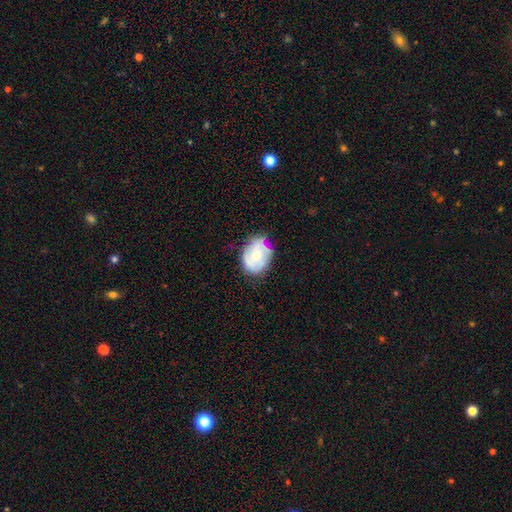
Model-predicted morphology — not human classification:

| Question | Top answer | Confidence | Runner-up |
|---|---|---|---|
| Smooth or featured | featured or disk | 53% | smooth (40%) |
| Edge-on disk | no | 97% | yes (3%) |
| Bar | no | 76% | weak (20%) |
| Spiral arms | yes | 67% | no (33%) |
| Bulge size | small | 58% | moderate (37%) |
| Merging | none | 63% | minor disturbance (27%) |